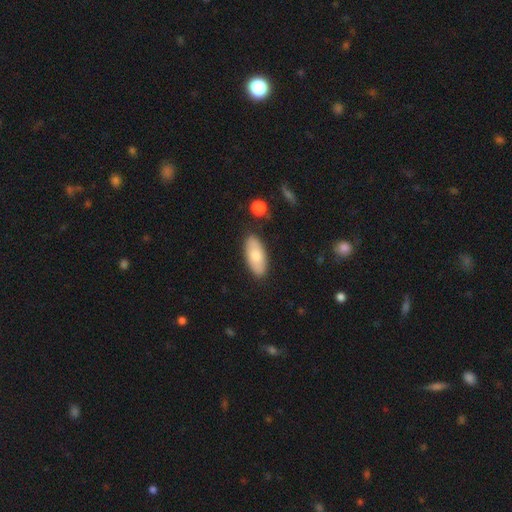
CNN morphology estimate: Smooth or featured: smooth — 75% (featured or disk — 19%)
How rounded: in between — 88% (cigar-shaped — 9%)
Merging: none — 84% (minor disturbance — 11%)